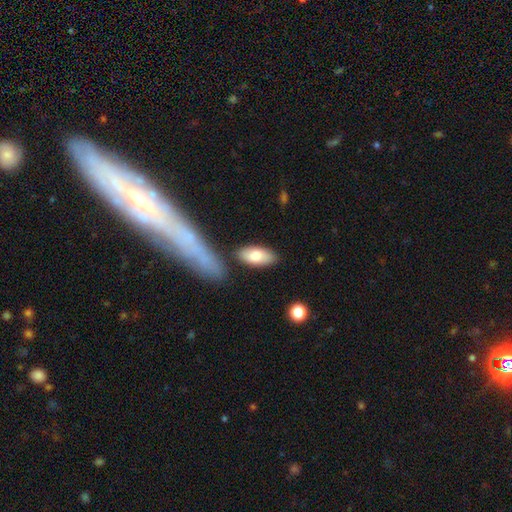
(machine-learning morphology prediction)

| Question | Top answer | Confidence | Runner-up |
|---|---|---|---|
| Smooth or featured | smooth | 78% | featured or disk (16%) |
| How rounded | in between | 88% | cigar-shaped (10%) |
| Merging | none | 80% | minor disturbance (11%) |